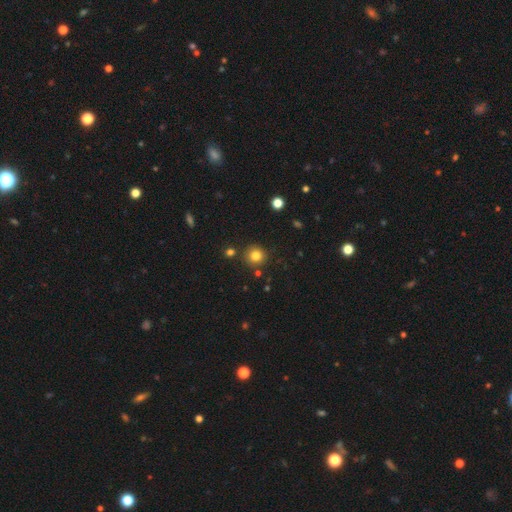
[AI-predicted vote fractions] Q: Smooth or featured?
A: smooth (81%); runner-up: star or artifact (13%)
Q: How rounded?
A: round (92%); runner-up: in between (7%)
Q: Merging?
A: none (86%); runner-up: minor disturbance (7%)